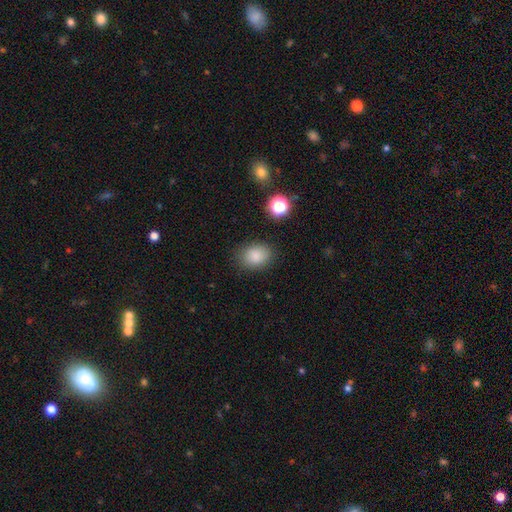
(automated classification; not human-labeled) smooth 85%, star or artifact 10%, featured or disk 5%. Down the decision tree: how rounded — in between (63%); merging — none (83%).